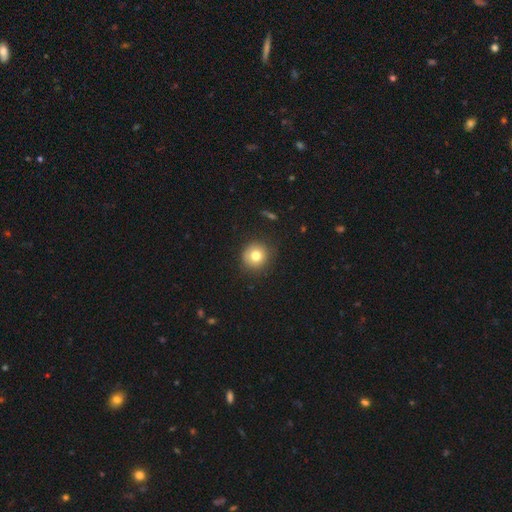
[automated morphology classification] Smooth or featured: smooth — 77% (star or artifact — 11%)
How rounded: round — 92% (in between — 7%)
Merging: none — 87% (minor disturbance — 9%)